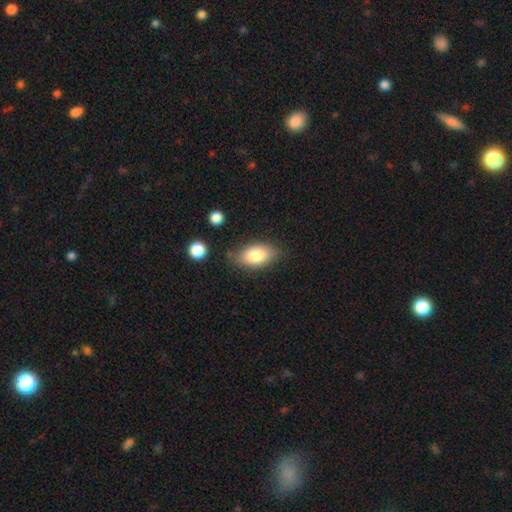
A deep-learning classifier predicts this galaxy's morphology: smooth 81%, featured or disk 11%, star or artifact 7%. Down the decision tree: how rounded — in between (91%); merging — none (77%).